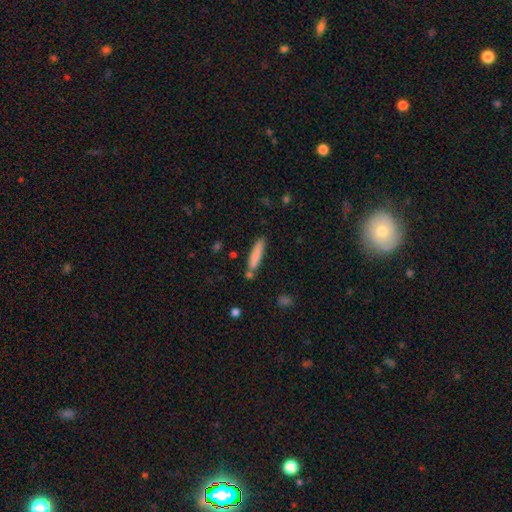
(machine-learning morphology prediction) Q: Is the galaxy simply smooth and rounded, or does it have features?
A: smooth — 80%.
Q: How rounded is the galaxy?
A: cigar-shaped — 86%.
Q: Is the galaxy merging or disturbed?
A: none — 74%.